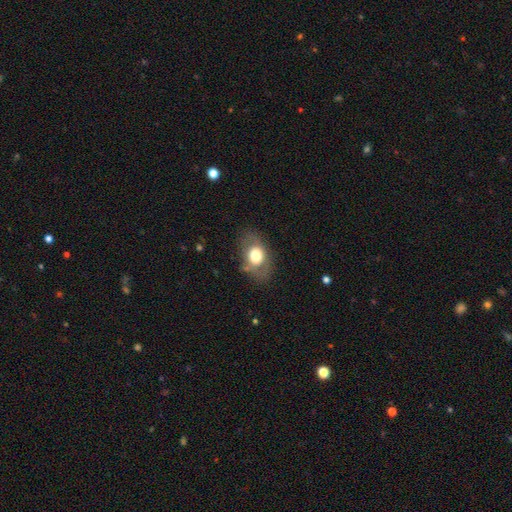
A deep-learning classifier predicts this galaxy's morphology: Overall: smooth (61%; featured or disk 31%). How rounded: in between (74%). Merging: none (68%).